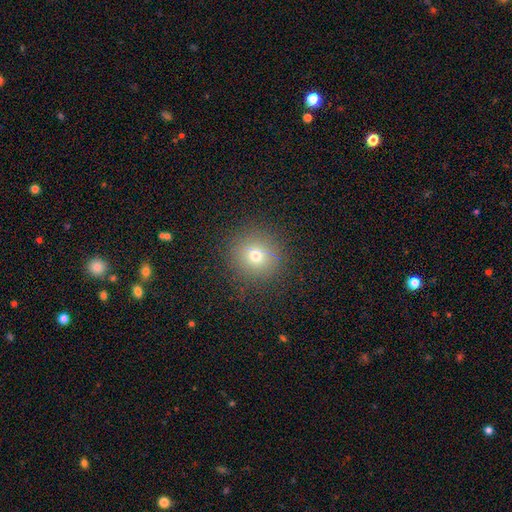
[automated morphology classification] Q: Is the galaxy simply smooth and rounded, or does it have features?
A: smooth — 72%.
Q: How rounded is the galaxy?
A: round — 93%.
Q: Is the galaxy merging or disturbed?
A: none — 88%.